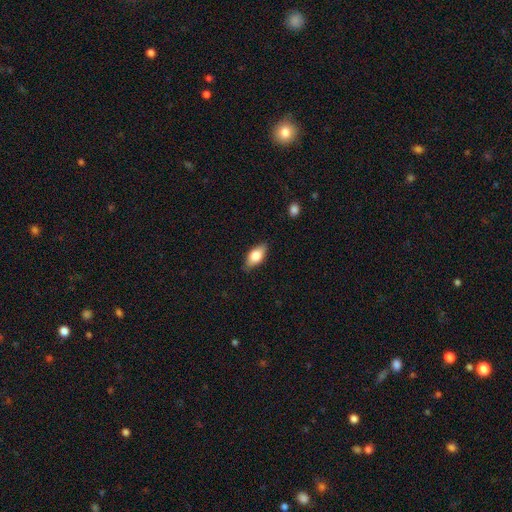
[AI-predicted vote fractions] A smooth galaxy with no disk features (74%) that is in between round and cigar-shaped (87%).

Vote fractions:
- Smooth or featured? smooth: 74% / featured or disk: 19% / star or artifact: 7%
- How rounded? in between: 87% / cigar-shaped: 9% / round: 4%
- Merging? none: 84% / minor disturbance: 13% / major disturbance: 3% / merger: 1%